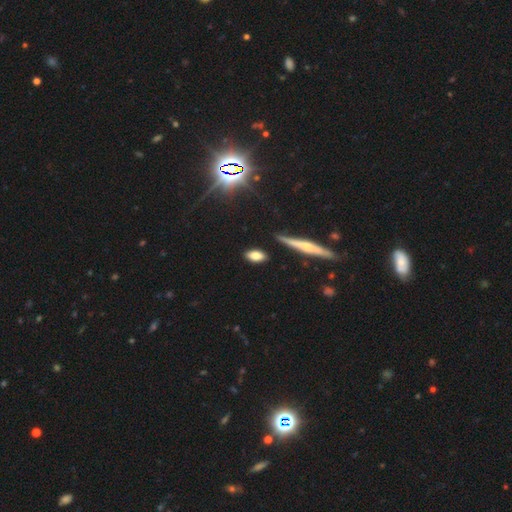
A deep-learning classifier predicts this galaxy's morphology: Smooth or featured?
  - smooth: 80% *
  - featured or disk: 12%
  - star or artifact: 8%
How rounded?
  - in between: 86% *
  - cigar-shaped: 9%
  - round: 5%
Merging?
  - none: 87% *
  - minor disturbance: 9%
  - major disturbance: 2%
  - merger: 2%